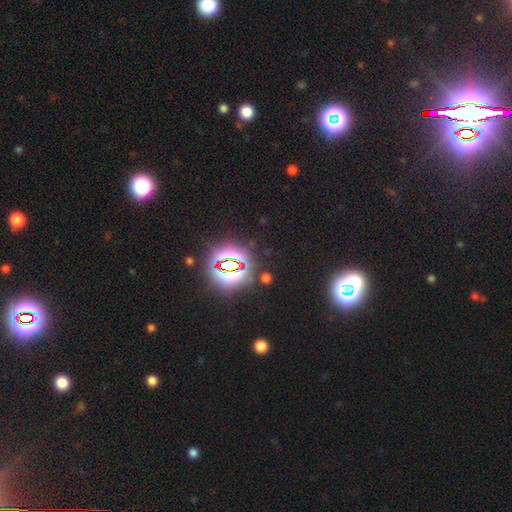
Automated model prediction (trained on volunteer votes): Morphology: type=star or artifact (83%).